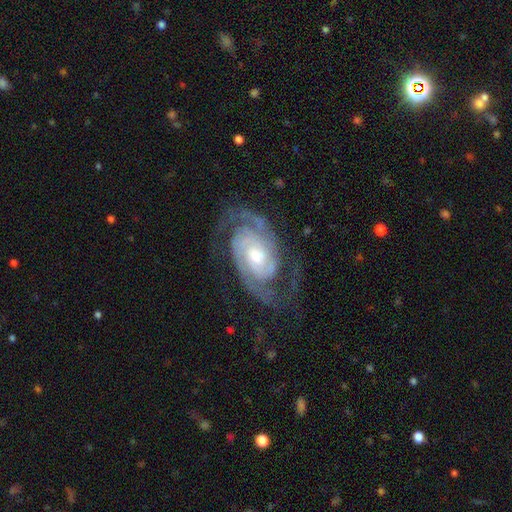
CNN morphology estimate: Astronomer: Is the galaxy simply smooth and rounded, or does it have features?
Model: featured or disk — 92%.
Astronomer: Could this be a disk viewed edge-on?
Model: no — 97%.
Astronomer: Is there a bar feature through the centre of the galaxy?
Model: no — 60%.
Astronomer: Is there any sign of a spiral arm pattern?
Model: yes — 98%.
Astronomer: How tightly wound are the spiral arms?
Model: tight — 59% (runner-up: medium, 35%).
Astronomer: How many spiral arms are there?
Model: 2 — 80%.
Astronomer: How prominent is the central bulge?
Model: moderate — 57%.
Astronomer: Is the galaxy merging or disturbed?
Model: none — 73%.